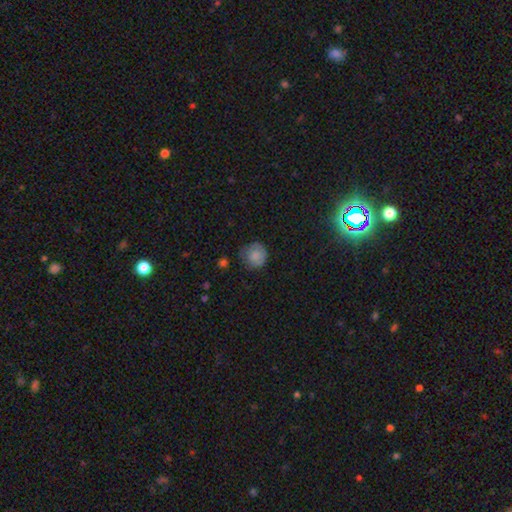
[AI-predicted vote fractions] Smooth or featured? Predicted: smooth (p=0.80). How rounded? Predicted: round (p=0.90). Merging? Predicted: none (p=0.69).